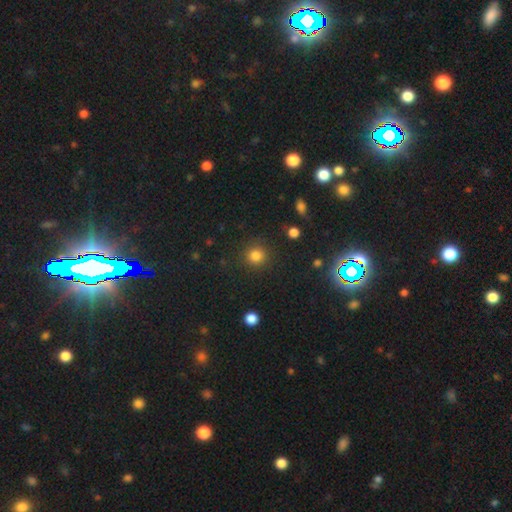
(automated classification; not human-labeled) smooth-or-featured: smooth: 82% | star or artifact: 13% | featured or disk: 5%
  how-rounded: round: 92% | in between: 7% | cigar-shaped: 1%
  merging: none: 88% | minor disturbance: 7% | major disturbance: 3% | merger: 2%